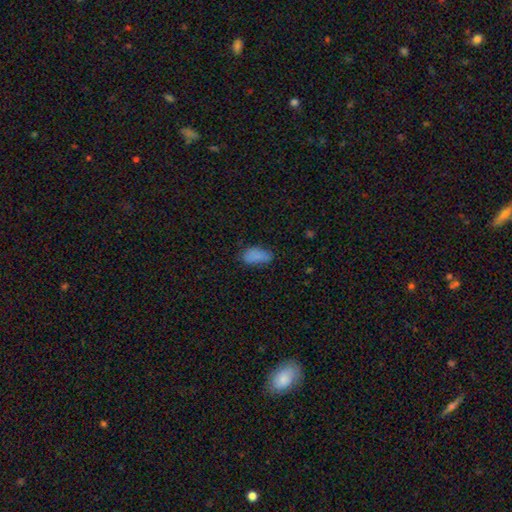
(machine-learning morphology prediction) Smooth or featured: smooth — 84% (star or artifact — 10%)
How rounded: in between — 92% (cigar-shaped — 5%)
Merging: none — 65% (minor disturbance — 26%)